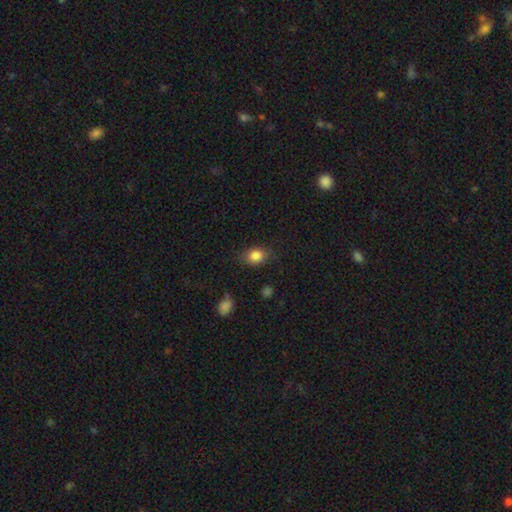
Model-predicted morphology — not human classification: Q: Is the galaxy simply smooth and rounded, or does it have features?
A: smooth — 84%.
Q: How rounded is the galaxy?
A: in between — 62%.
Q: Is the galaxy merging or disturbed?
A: none — 79%.